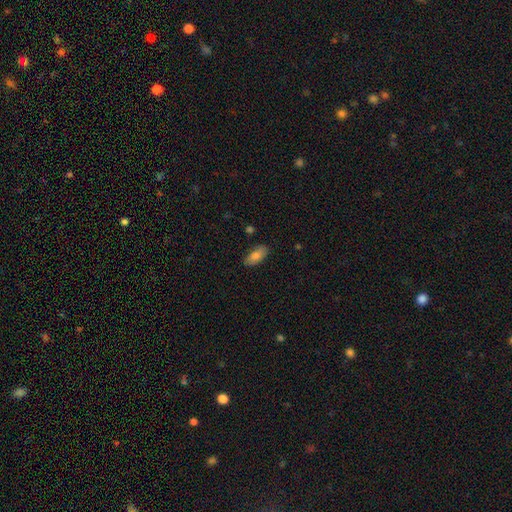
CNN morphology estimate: smooth 80%, featured or disk 13%, star or artifact 7%. Down the decision tree: how rounded — in between (89%); merging — none (82%).